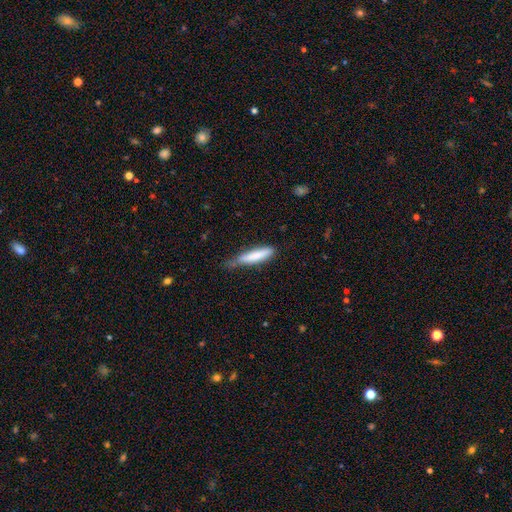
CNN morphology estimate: Overall: smooth (78%). How rounded: cigar-shaped (85%). Merging: none (51%; minor disturbance 38%).